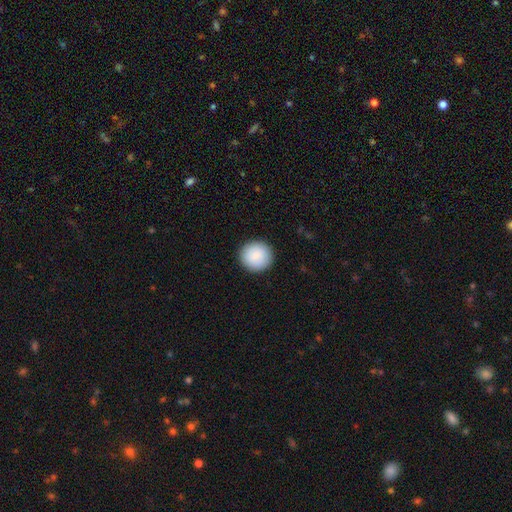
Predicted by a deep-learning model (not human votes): smooth 86%, featured or disk 7%, star or artifact 7%. Down the decision tree: how rounded — round (94%); merging — none (91%).